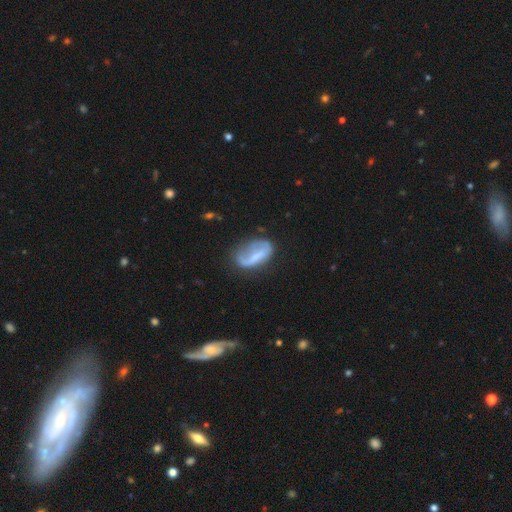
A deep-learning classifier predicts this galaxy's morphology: Smooth or featured?
  - featured or disk: 48% *
  - smooth: 44%
  - star or artifact: 8%
Merging?
  - none: 45% *
  - minor disturbance: 29%
  - major disturbance: 22%
  - merger: 4%